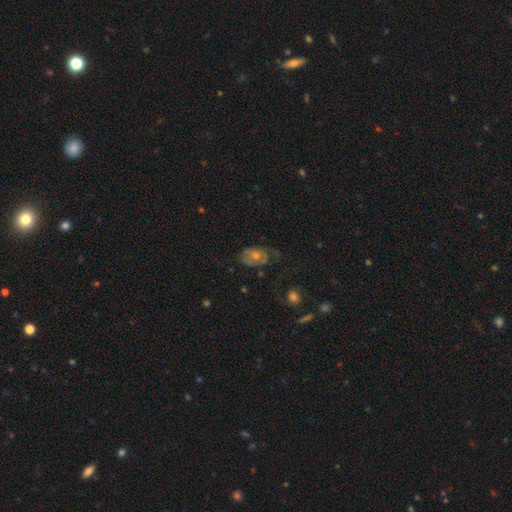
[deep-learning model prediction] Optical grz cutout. It shows a featured or disk galaxy (54%) with no bar (85%), spiral arms (54%) and a moderate central bulge (64%). Merging: none (55%).